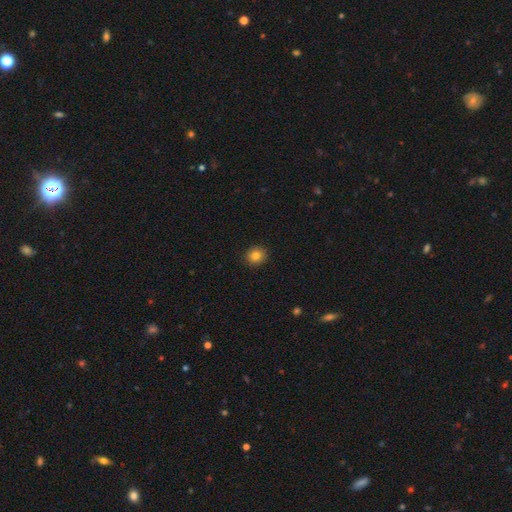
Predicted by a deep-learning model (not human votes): This is clearly a smooth galaxy (83%). How rounded: clearly round (87%). Merging: clearly none (91%).